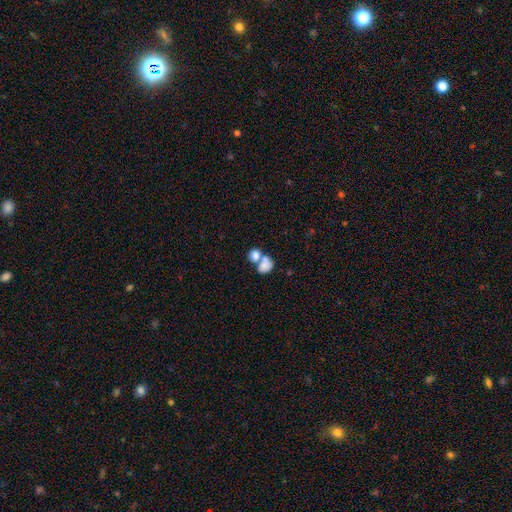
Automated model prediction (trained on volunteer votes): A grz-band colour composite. It shows a smooth galaxy with no disk features (77%) that is round (53%). Merging: merger (61%).